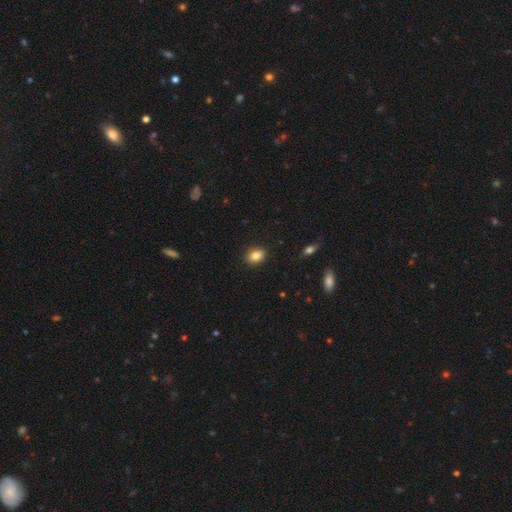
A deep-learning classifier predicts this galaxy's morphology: This appears to be a smooth galaxy with no disk features (85%) that is in between round and cigar-shaped (66%). Merging: none (89%).